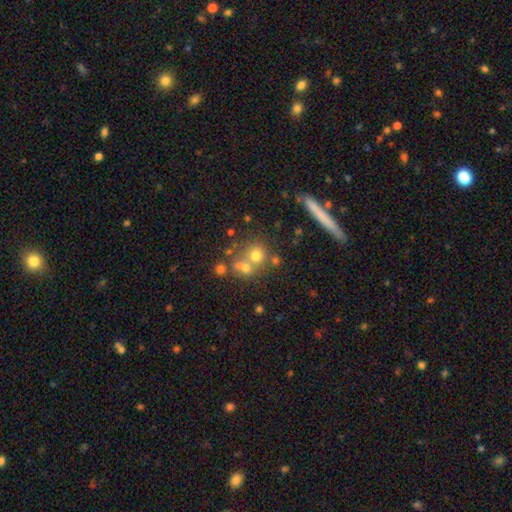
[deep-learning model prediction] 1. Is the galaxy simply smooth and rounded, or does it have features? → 65% smooth, 18% featured or disk, 17% star or artifact.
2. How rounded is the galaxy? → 84% round, 13% in between, 3% cigar-shaped.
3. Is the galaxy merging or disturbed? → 51% none, 36% merger, 9% minor disturbance, 4% major disturbance.